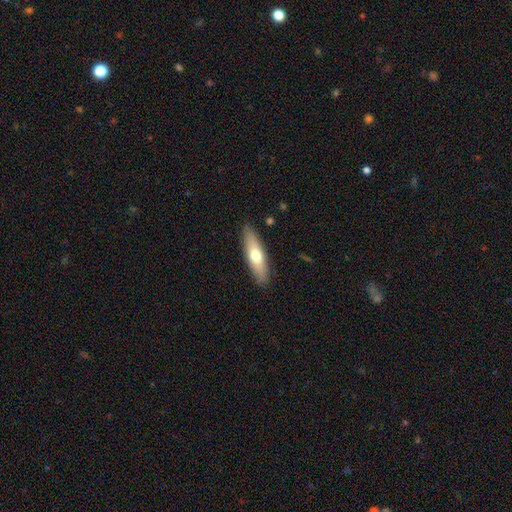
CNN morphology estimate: The model was most divided on "how rounded": cigar-shaped: 61%, in between: 37%, round: 2%. More confident: merging — none (88%); smooth or featured — smooth (61%).